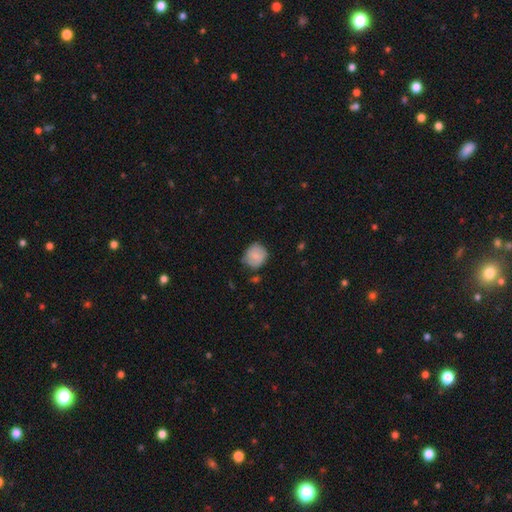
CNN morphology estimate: This is likely a smooth galaxy (72%). How rounded: clearly round (81%). Merging: likely none (60%).